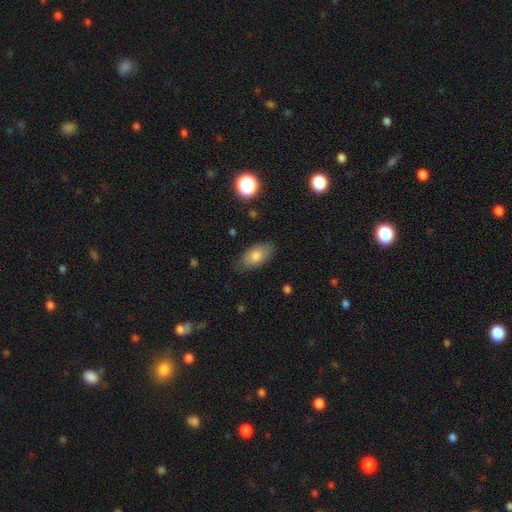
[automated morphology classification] Smooth or featured? Predicted: smooth (p=0.78). How rounded? Predicted: in between (p=0.90). Merging? Predicted: none (p=0.80).